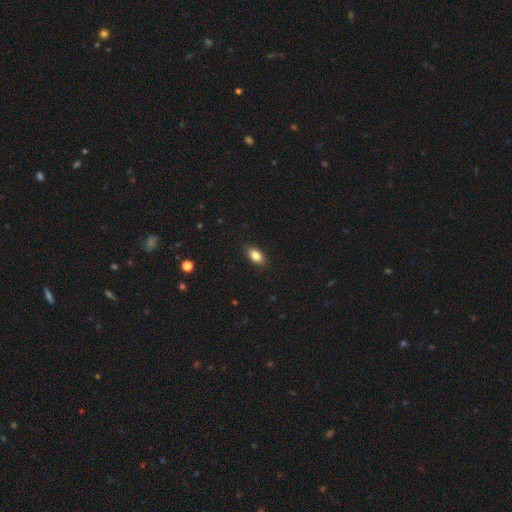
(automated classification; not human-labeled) A smooth galaxy with no disk features (84%) that is in between round and cigar-shaped (89%). Merging: none (88%).